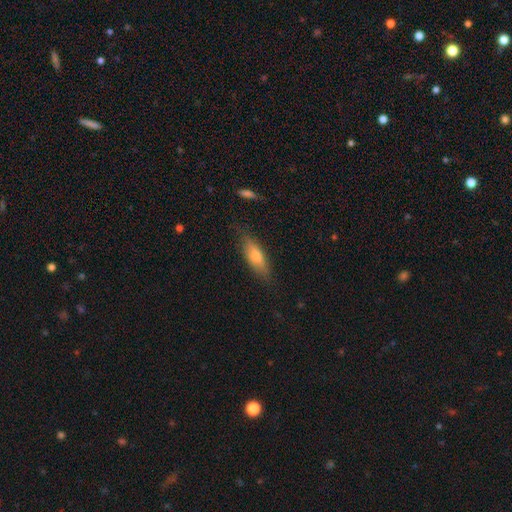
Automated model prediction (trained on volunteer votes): The model was most divided on "how rounded": cigar-shaped: 56%, in between: 42%, round: 2%. More confident: merging — none (79%); smooth or featured — smooth (57%).